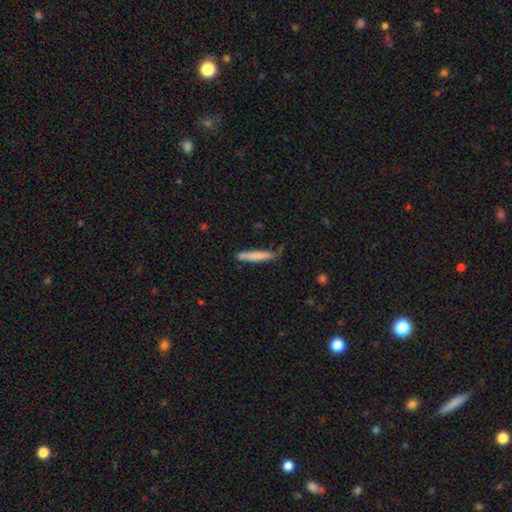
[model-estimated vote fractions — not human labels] smooth 76%, featured or disk 19%, star or artifact 6%. Down the decision tree: how rounded — cigar-shaped (93%); merging — none (71%).